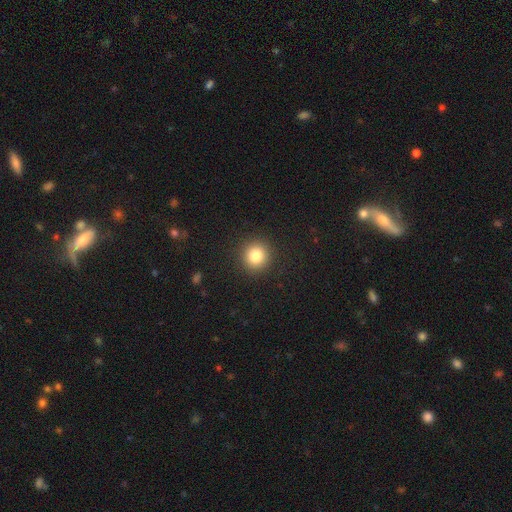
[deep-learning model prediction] A smooth galaxy with no disk features (83%) that is round (93%).

Vote fractions:
- Smooth or featured? smooth: 83% / star or artifact: 11% / featured or disk: 6%
- How rounded? round: 93% / in between: 6% / cigar-shaped: 1%
- Merging? none: 92% / minor disturbance: 5% / major disturbance: 2% / merger: 1%